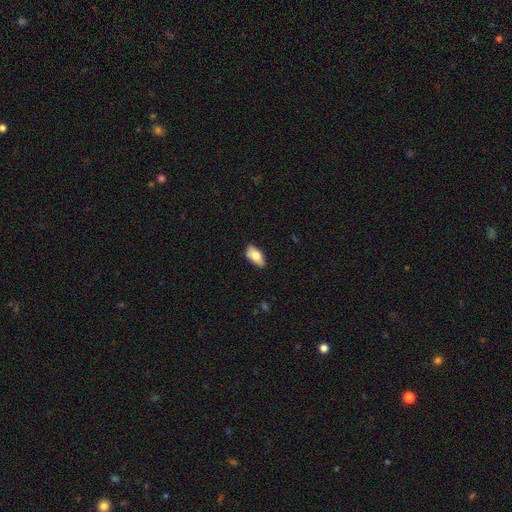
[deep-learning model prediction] Smooth or featured?
  - smooth: 73% *
  - featured or disk: 20%
  - star or artifact: 6%
How rounded?
  - in between: 91% *
  - cigar-shaped: 6%
  - round: 3%
Merging?
  - none: 82% *
  - minor disturbance: 14%
  - major disturbance: 2%
  - merger: 2%